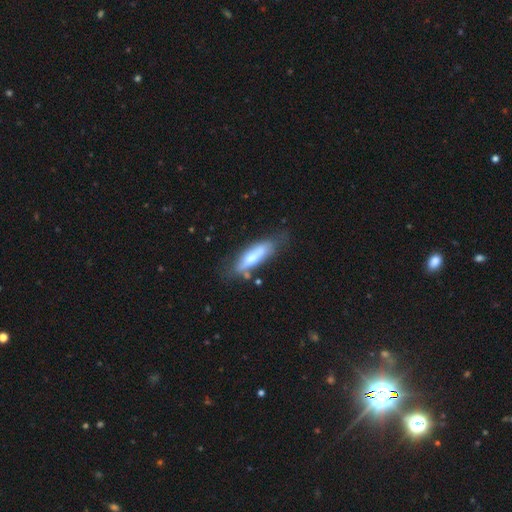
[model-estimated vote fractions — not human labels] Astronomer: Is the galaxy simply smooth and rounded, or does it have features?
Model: smooth — 60%.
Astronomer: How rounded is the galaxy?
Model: cigar-shaped — 64%.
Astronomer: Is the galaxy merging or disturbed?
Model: none — 59%.